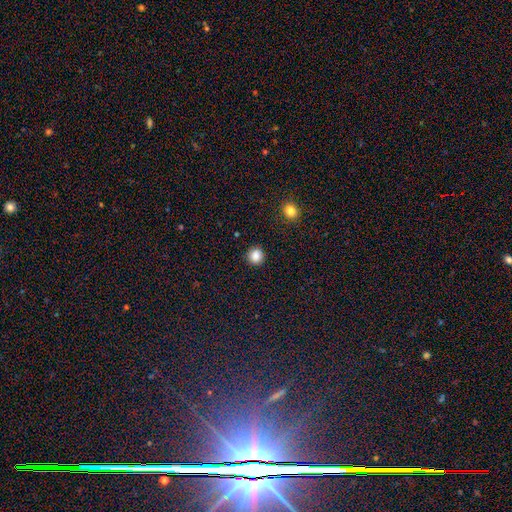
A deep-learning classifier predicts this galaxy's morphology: Q: Smooth or featured?
A: smooth (86%); runner-up: star or artifact (10%)
Q: How rounded?
A: round (91%); runner-up: in between (8%)
Q: Merging?
A: none (91%); runner-up: minor disturbance (6%)